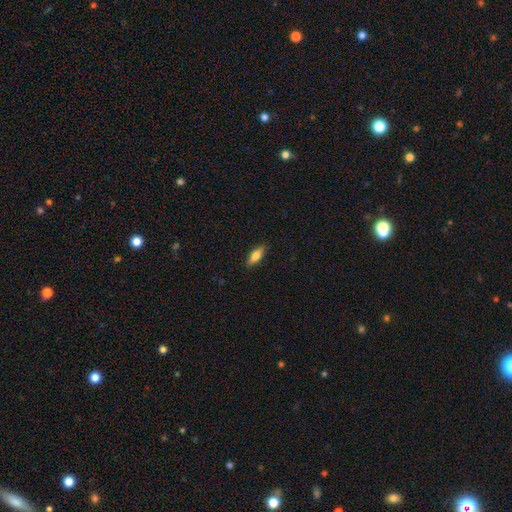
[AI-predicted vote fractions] This is likely a smooth galaxy (74%). How rounded: likely in between (67%). Merging: clearly none (87%).